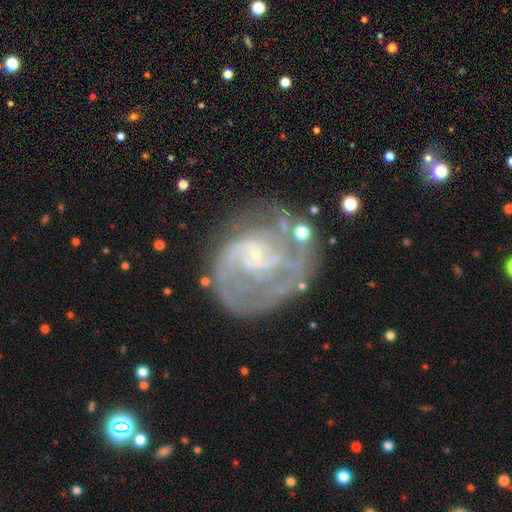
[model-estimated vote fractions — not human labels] This appears to be a featured or disk galaxy (84%) with no bar (55%), 2 (40%) tight (43%) spiral arms (92%) and a small central bulge (79%). Merging: none (54%).